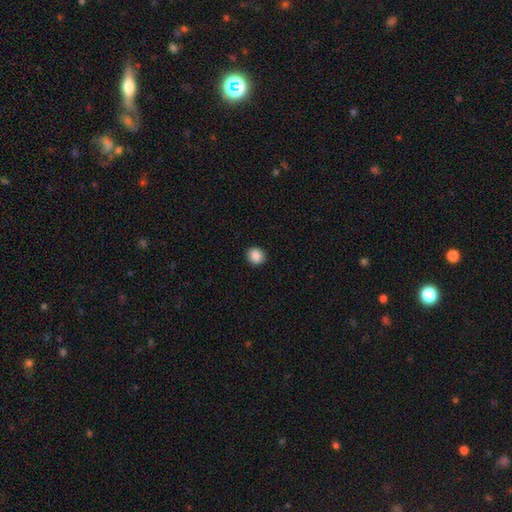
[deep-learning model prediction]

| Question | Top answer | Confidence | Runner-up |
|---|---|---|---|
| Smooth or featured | smooth | 88% | star or artifact (9%) |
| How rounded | round | 82% | in between (17%) |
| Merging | none | 91% | minor disturbance (7%) |